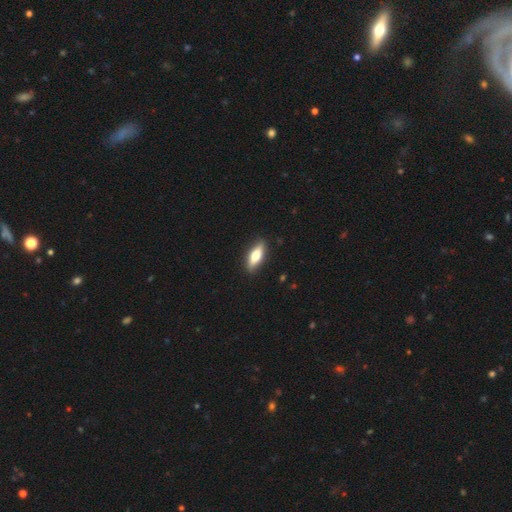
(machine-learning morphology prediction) Smooth or featured?
  - smooth: 62% *
  - featured or disk: 32%
  - star or artifact: 6%
How rounded?
  - in between: 58% *
  - cigar-shaped: 39%
  - round: 3%
Merging?
  - none: 88% *
  - minor disturbance: 9%
  - major disturbance: 2%
  - merger: 1%